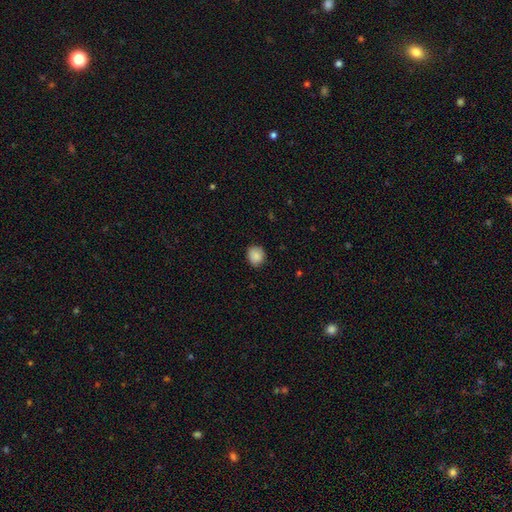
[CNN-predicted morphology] A smooth galaxy with no disk features (88%) that is round (78%).

Vote fractions:
- Smooth or featured? smooth: 88% / star or artifact: 8% / featured or disk: 4%
- How rounded? round: 78% / in between: 21% / cigar-shaped: 1%
- Merging? none: 84% / minor disturbance: 12% / major disturbance: 2% / merger: 1%